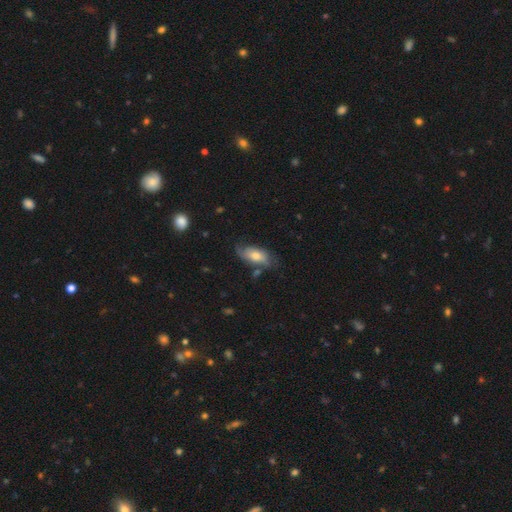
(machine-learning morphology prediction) Overall: smooth (57%; featured or disk 36%). How rounded: in between (87%). Merging: none (60%; minor disturbance 27%).